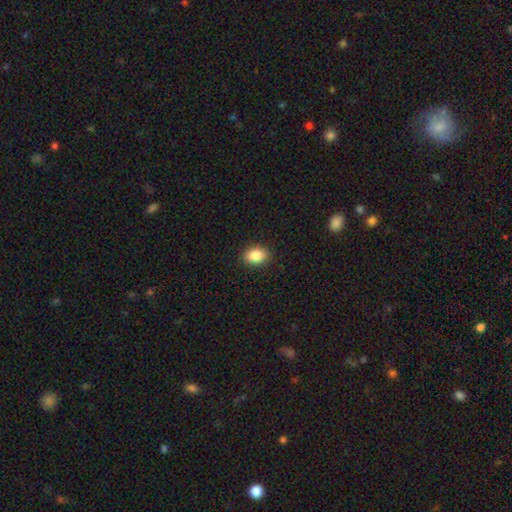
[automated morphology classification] Overall: smooth (87%). How rounded: in between (78%). Merging: none (89%).